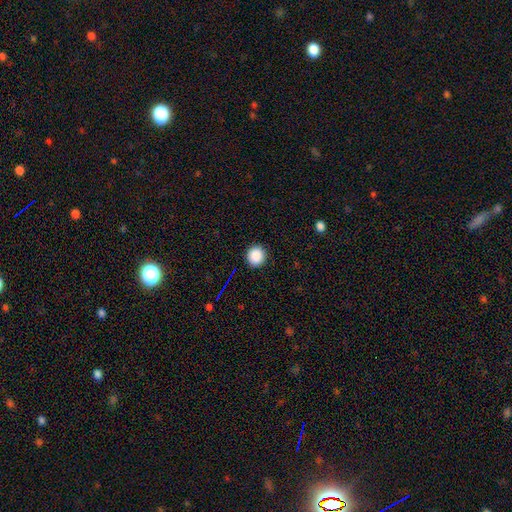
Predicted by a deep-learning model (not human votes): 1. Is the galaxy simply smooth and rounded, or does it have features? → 88% smooth, 9% star or artifact, 3% featured or disk.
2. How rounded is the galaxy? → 91% round, 8% in between, 1% cigar-shaped.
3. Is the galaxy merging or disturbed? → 92% none, 5% minor disturbance, 2% major disturbance, 1% merger.